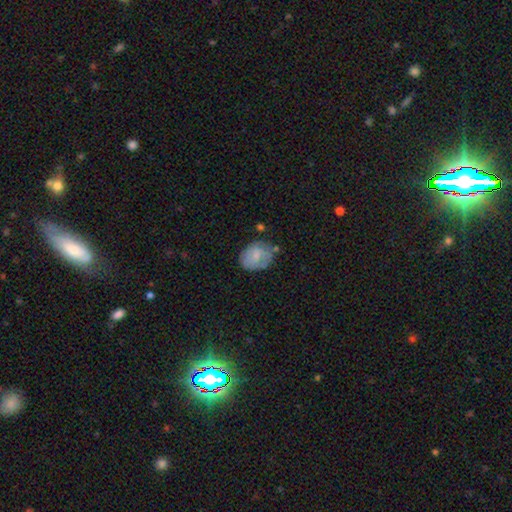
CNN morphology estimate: smooth-or-featured: smooth: 60% | featured or disk: 32% | star or artifact: 8%
  how-rounded: in between: 63% | round: 36% | cigar-shaped: 1%
  merging: none: 54% | minor disturbance: 29% | major disturbance: 11% | merger: 5%